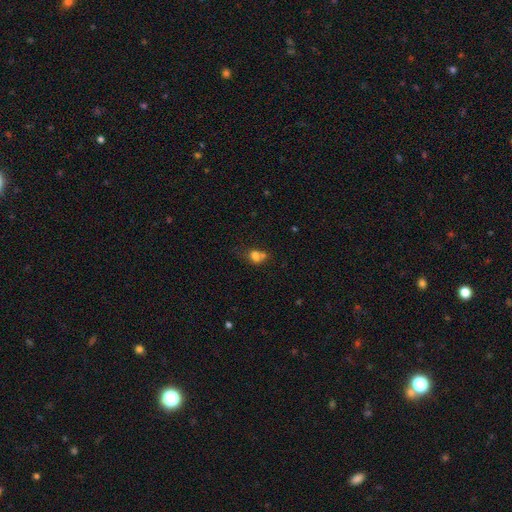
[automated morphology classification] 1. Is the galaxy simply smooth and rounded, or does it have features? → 70% smooth, 15% star or artifact, 15% featured or disk.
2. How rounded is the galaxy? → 50% round, 49% in between, 2% cigar-shaped.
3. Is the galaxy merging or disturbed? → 49% merger, 31% none, 12% minor disturbance, 8% major disturbance.